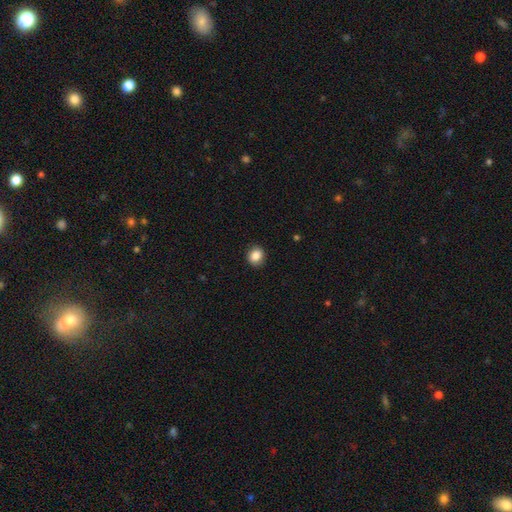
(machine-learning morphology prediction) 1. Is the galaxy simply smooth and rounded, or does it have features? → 87% smooth, 9% star or artifact, 4% featured or disk.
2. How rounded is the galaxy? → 75% round, 24% in between, 1% cigar-shaped.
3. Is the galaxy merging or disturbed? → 90% none, 7% minor disturbance, 2% major disturbance, 1% merger.